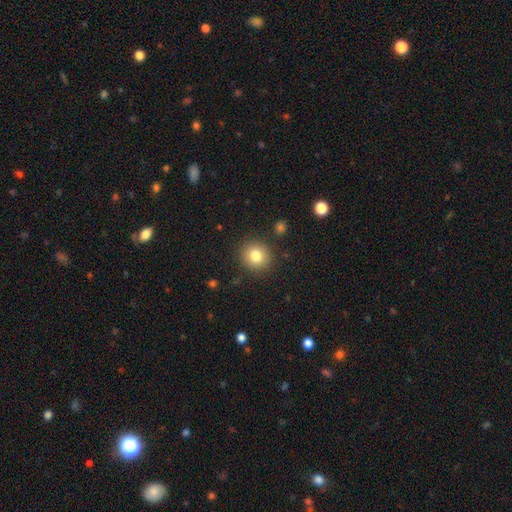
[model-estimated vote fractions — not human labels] A smooth galaxy with no disk features (80%) that is round (89%).

Vote fractions:
- Smooth or featured? smooth: 80% / star or artifact: 11% / featured or disk: 9%
- How rounded? round: 89% / in between: 10% / cigar-shaped: 1%
- Merging? none: 89% / minor disturbance: 7% / major disturbance: 3% / merger: 2%